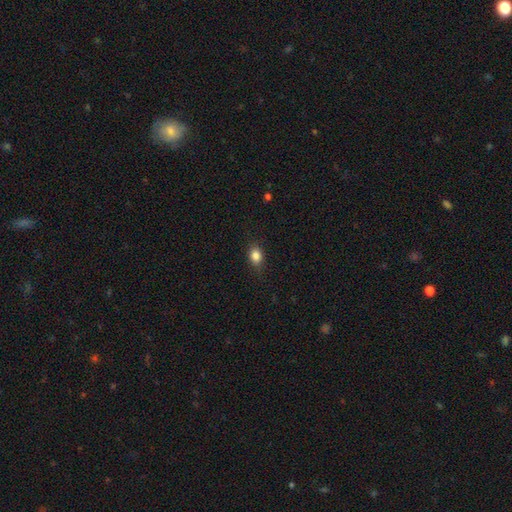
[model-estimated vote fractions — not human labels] A smooth galaxy with no disk features (84%) that is in between round and cigar-shaped (67%). Merging: none (83%).